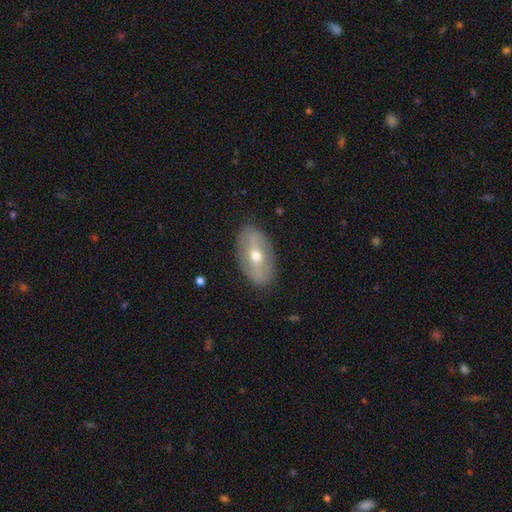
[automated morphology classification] The model was most divided on "bar": no: 35%, strong: 33%, weak: 32%. More confident: edge-on disk — no (86%); merging — none (85%); bulge size — moderate (68%); spiral arms — no (65%); smooth or featured — featured or disk (59%).